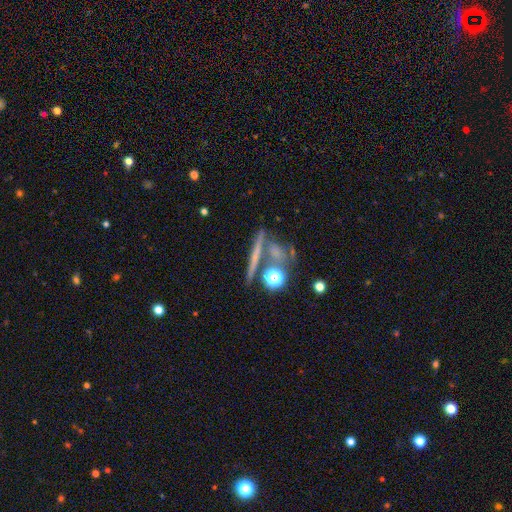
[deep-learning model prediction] A smooth galaxy with no disk features (43%).

Vote fractions:
- Smooth or featured? smooth: 43% / featured or disk: 39% / star or artifact: 17%
- Merging? none: 63% / merger: 22% / minor disturbance: 10% / major disturbance: 5%